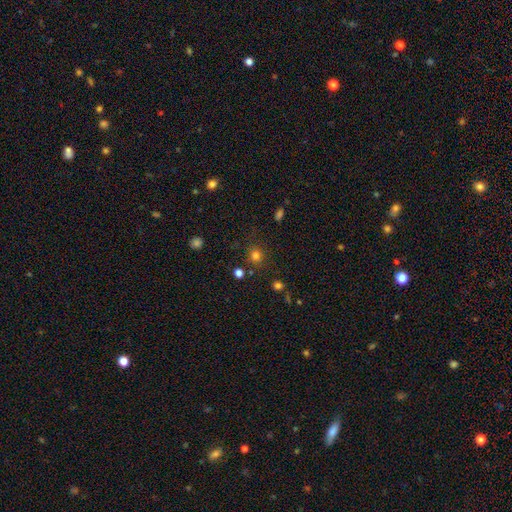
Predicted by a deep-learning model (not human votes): This appears to be a smooth galaxy with no disk features (77%) that is round (84%). Merging: none (80%).